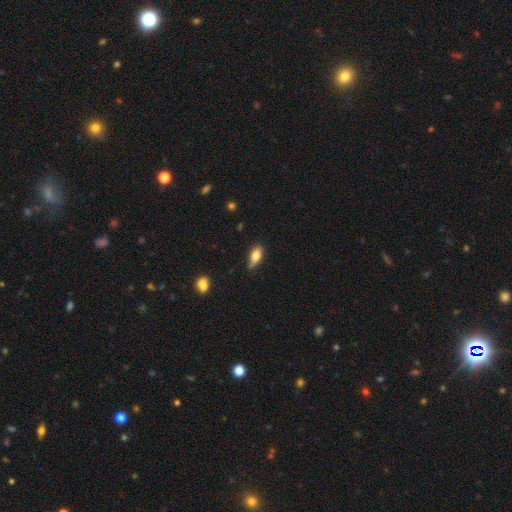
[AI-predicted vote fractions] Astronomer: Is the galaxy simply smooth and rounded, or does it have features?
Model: smooth — 74%.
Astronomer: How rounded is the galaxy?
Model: in between — 80%.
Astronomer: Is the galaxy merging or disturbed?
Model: none — 62%.